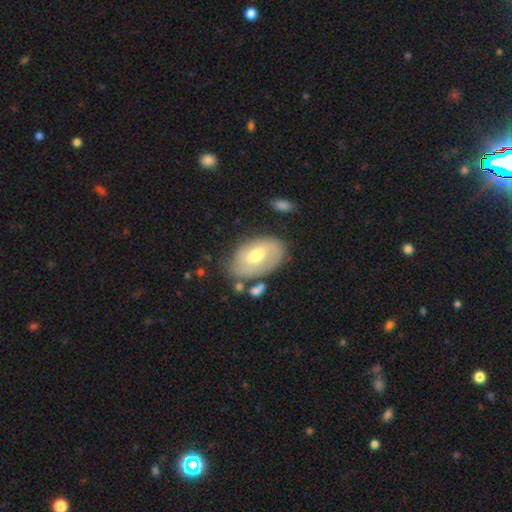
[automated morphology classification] Q: Smooth or featured?
A: featured or disk (50%); runner-up: smooth (42%)
Q: Edge-on disk?
A: no (93%); runner-up: yes (7%)
Q: Merging?
A: none (61%); runner-up: minor disturbance (24%)